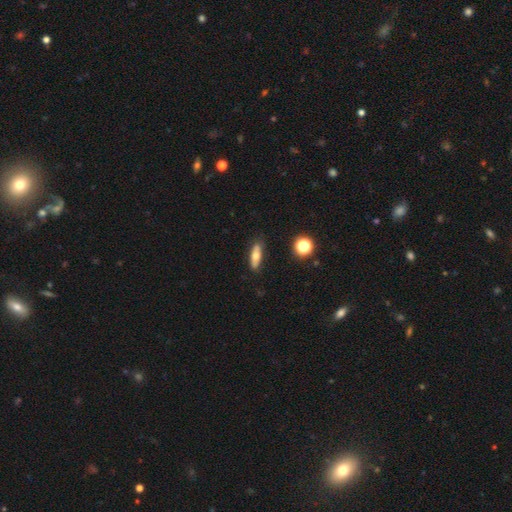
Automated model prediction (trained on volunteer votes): Smooth or featured: smooth — 61% (featured or disk — 31%)
How rounded: cigar-shaped — 48% (tied with in between — 48%)
Merging: none — 81% (minor disturbance — 14%)